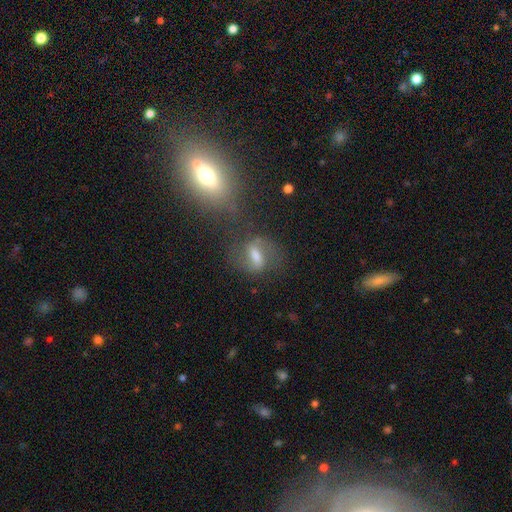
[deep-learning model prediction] Q: Smooth or featured?
A: featured or disk (47%); runner-up: smooth (41%)
Q: Merging?
A: none (55%); runner-up: minor disturbance (19%)